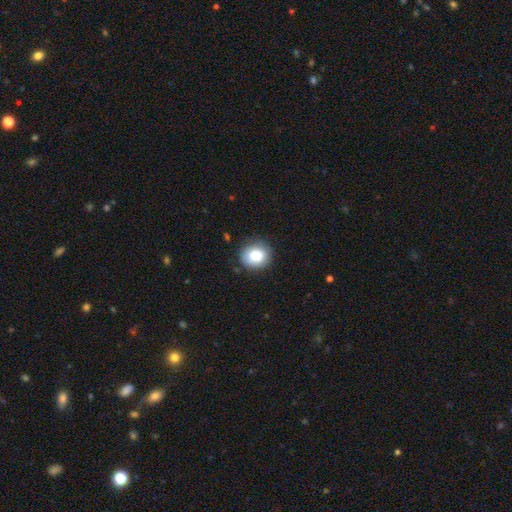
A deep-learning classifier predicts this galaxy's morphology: A smooth galaxy with no disk features (83%) that is round (82%). Merging: none (84%).